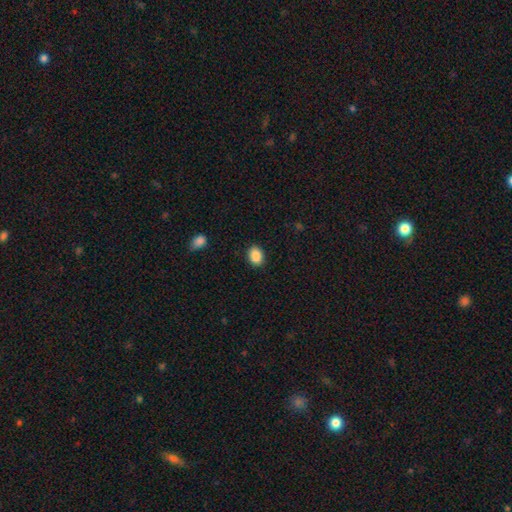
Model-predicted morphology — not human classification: type=smooth (88%); roundness=in between (63%); merging=none (87%).